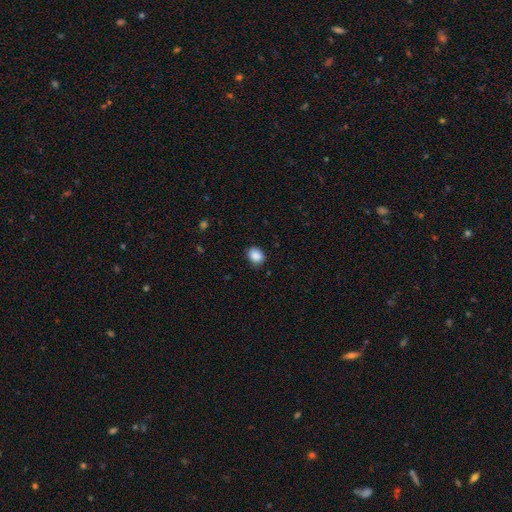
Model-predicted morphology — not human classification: smooth 88%, star or artifact 9%, featured or disk 3%. Down the decision tree: how rounded — in between (53%); merging — none (83%).